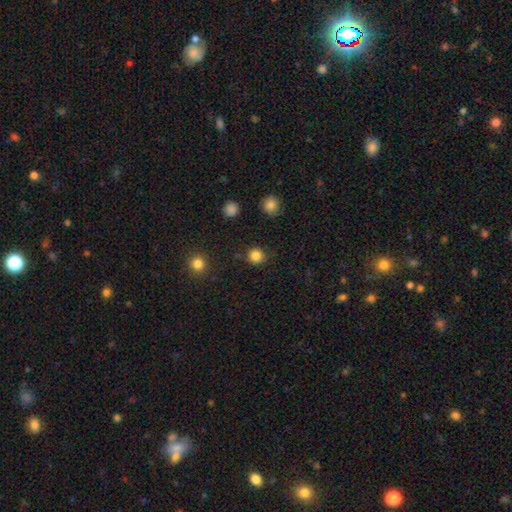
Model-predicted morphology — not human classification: Smooth or featured? smooth (84%)
How rounded? round (93%)
Merging? none (88%)